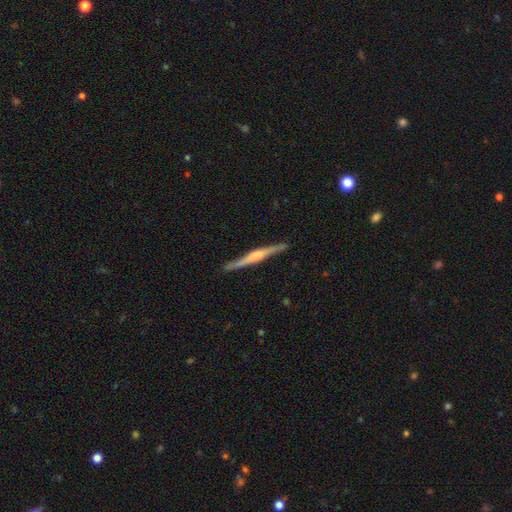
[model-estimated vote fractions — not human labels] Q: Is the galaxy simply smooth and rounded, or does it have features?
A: featured or disk — 74%.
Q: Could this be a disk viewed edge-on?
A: yes — 98%.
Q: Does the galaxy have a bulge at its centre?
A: rounded — 57%.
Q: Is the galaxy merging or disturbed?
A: none — 88%.